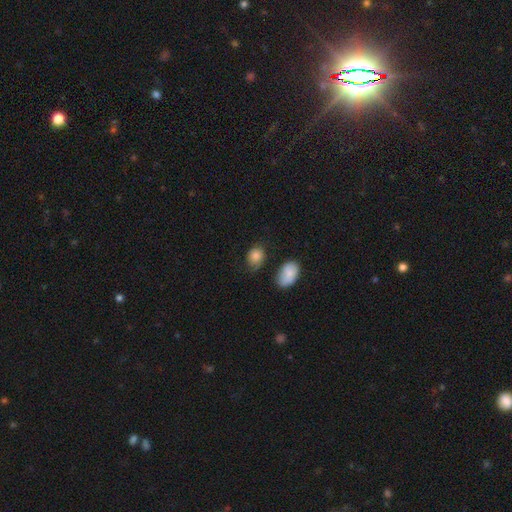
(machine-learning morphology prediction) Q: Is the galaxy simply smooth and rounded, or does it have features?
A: smooth — 85%.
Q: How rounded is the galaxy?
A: in between — 50%.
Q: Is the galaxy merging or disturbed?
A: none — 63%.